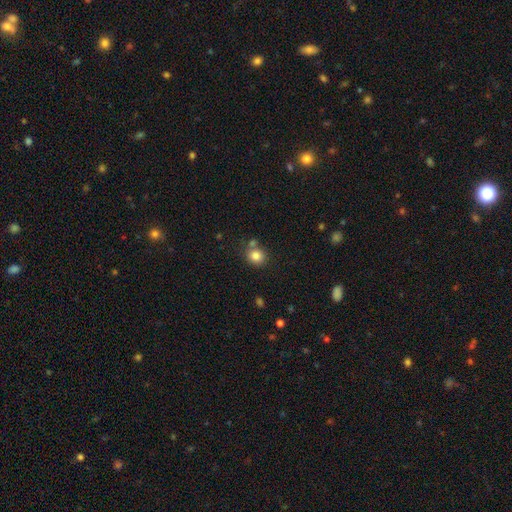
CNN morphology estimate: This is clearly a smooth galaxy (83%). How rounded: clearly round (83%). Merging: likely none (70%).